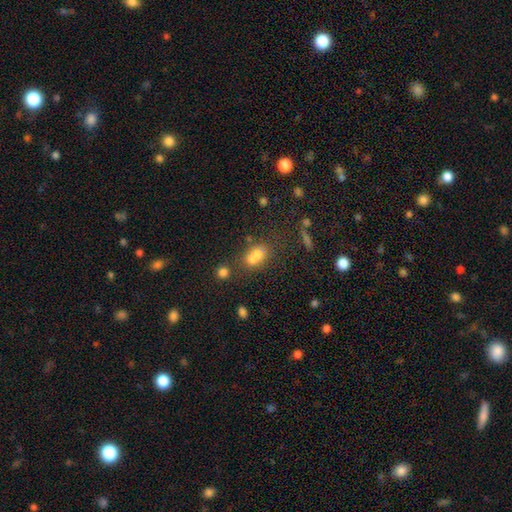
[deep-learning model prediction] smooth_or_featured: smooth (p=0.63) [alt: star or artifact p=0.19]
how_rounded: round (p=0.53) [alt: in between p=0.44]
merging: merger (p=0.56) [alt: none p=0.31]